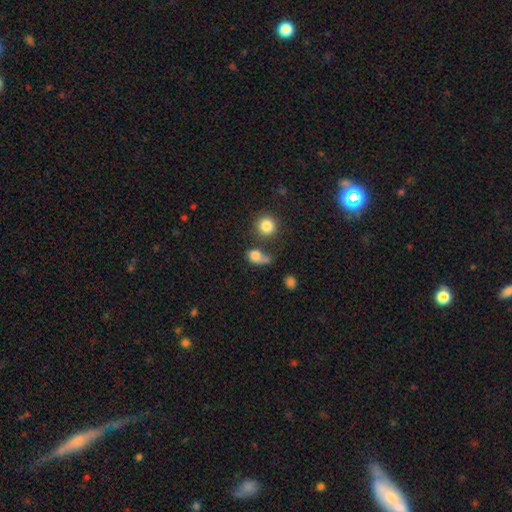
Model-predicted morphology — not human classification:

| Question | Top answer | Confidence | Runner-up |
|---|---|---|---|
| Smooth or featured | smooth | 77% | featured or disk (12%) |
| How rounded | round | 50% | in between (47%) |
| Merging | none | 32% | merger (25%) |